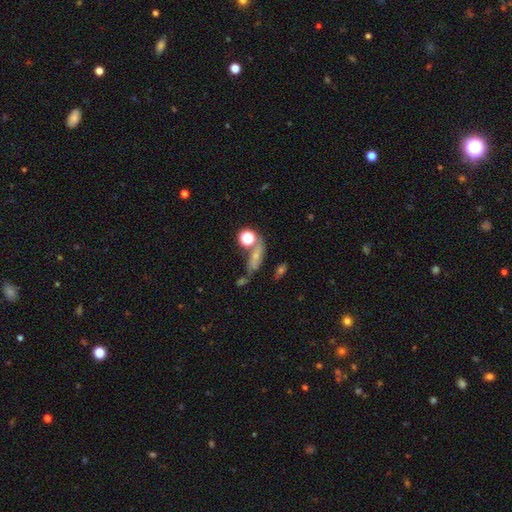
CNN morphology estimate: type=smooth (49%); merging=none (49%).